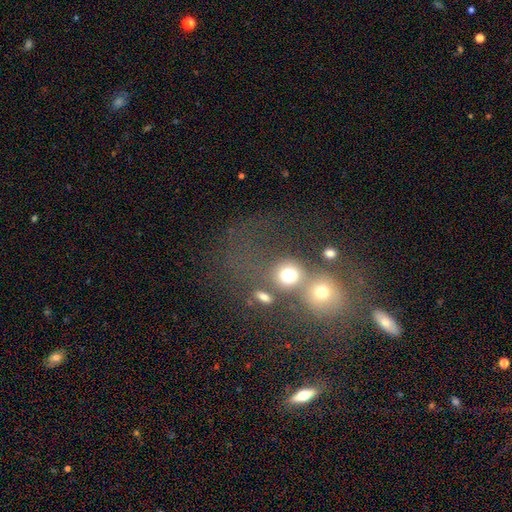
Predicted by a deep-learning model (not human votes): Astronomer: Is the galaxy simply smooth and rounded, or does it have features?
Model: smooth — 39% (runner-up: featured or disk, 31%).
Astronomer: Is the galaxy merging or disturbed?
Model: merger — 61%.